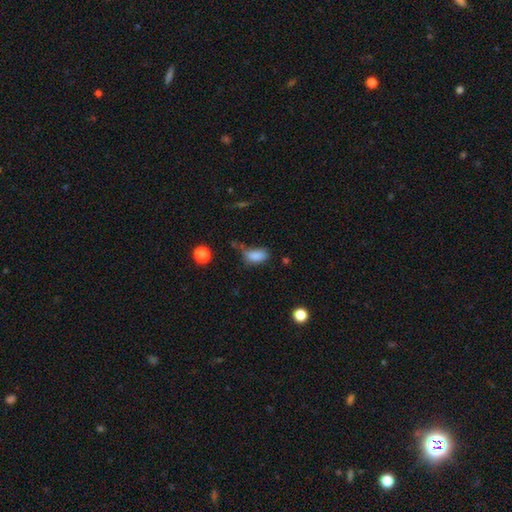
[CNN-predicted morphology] This appears to be a smooth galaxy with no disk features (82%) that is in between round and cigar-shaped (89%). Merging: none (40%).